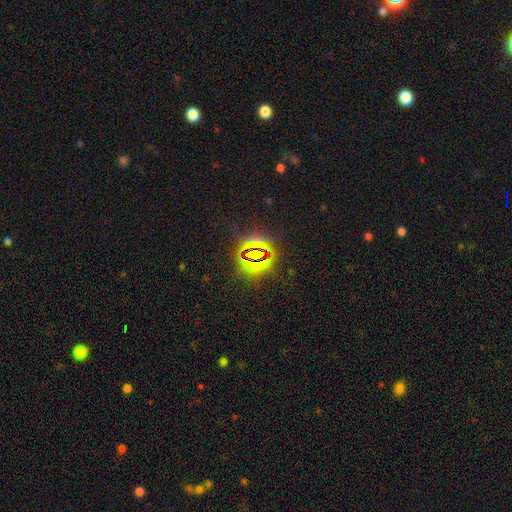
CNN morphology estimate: star or artifact 74%, smooth 17%, featured or disk 9%.